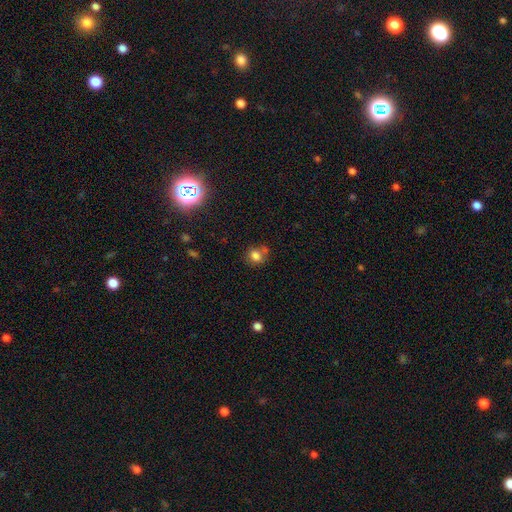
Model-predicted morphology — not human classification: smooth 79%, star or artifact 13%, featured or disk 9%. Down the decision tree: how rounded — round (69%); merging — none (58%).